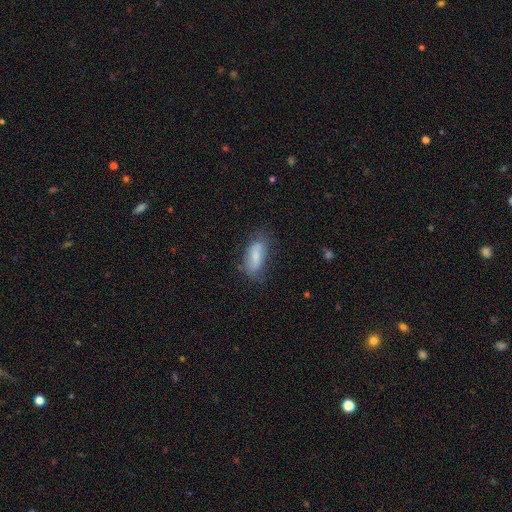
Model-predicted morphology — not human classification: smooth-or-featured: smooth: 69% | featured or disk: 24% | star or artifact: 8%
  how-rounded: in between: 80% | cigar-shaped: 17% | round: 3%
  merging: none: 62% | minor disturbance: 26% | major disturbance: 10% | merger: 2%